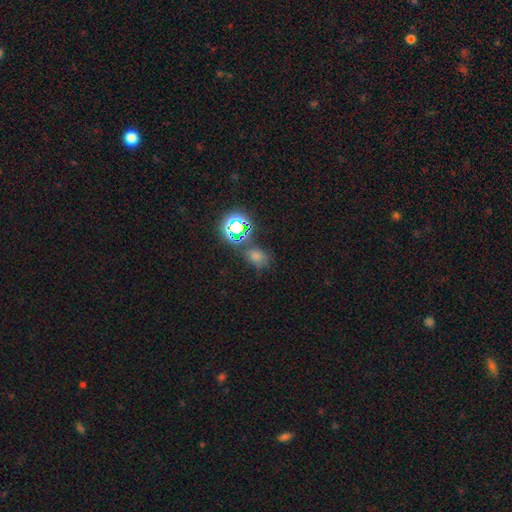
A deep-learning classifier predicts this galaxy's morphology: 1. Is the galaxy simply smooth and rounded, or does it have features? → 47% smooth, 44% star or artifact, 9% featured or disk.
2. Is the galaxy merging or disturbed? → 70% none, 14% minor disturbance, 11% merger, 6% major disturbance.